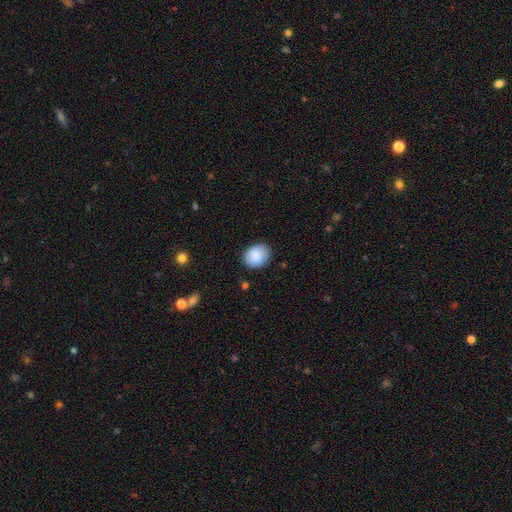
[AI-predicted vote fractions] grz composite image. It shows a smooth galaxy with no disk features (88%) that is round (50%). Merging: none (80%).